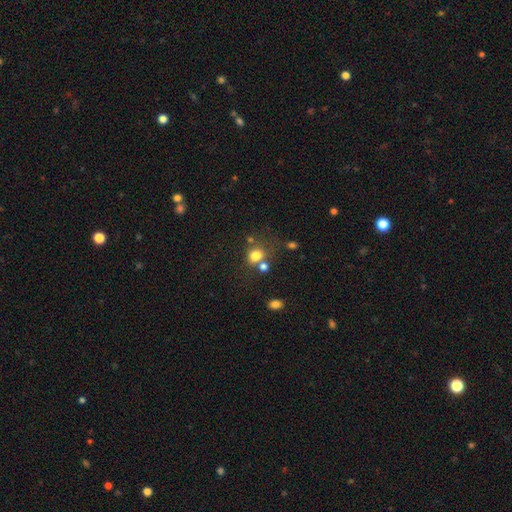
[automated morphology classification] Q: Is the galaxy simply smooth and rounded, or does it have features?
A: smooth — 76%.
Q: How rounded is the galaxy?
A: round — 72%.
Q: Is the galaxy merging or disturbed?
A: none — 54%.